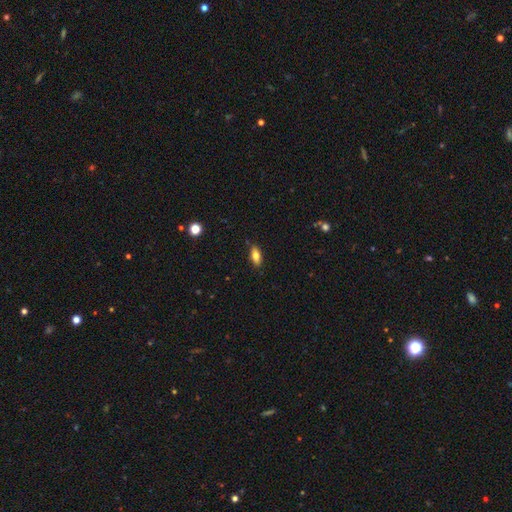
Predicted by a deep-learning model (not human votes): Morphology: type=smooth (76%); roundness=in between (82%); merging=none (86%).